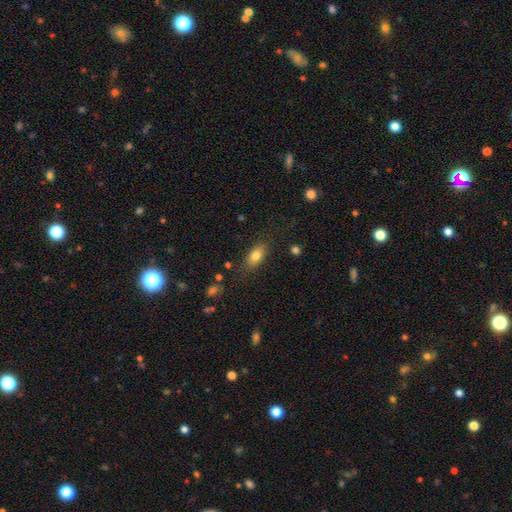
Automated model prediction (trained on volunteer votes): Q: Smooth or featured?
A: smooth (81%); runner-up: featured or disk (11%)
Q: How rounded?
A: in between (86%); runner-up: round (7%)
Q: Merging?
A: none (78%); runner-up: minor disturbance (15%)